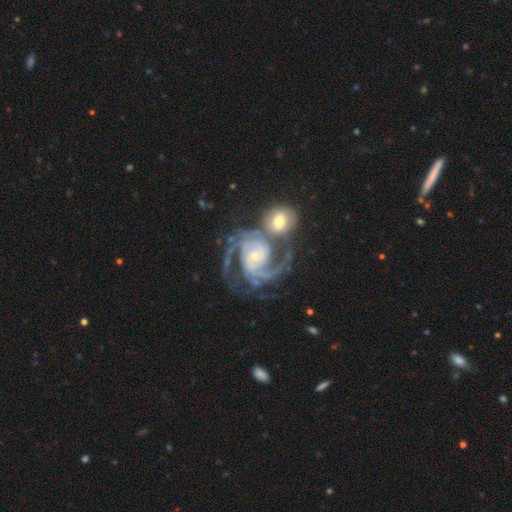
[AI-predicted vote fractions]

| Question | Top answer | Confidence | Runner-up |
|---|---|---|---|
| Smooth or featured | featured or disk | 92% | star or artifact (5%) |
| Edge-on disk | no | 98% | yes (2%) |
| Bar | no | 61% | weak (27%) |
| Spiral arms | yes | 98% | no (2%) |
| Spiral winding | tight | 47% | medium (44%) |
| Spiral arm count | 2 | 37% | 3 (34%) |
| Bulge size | small | 65% | moderate (31%) |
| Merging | none | 40% | merger (34%) |